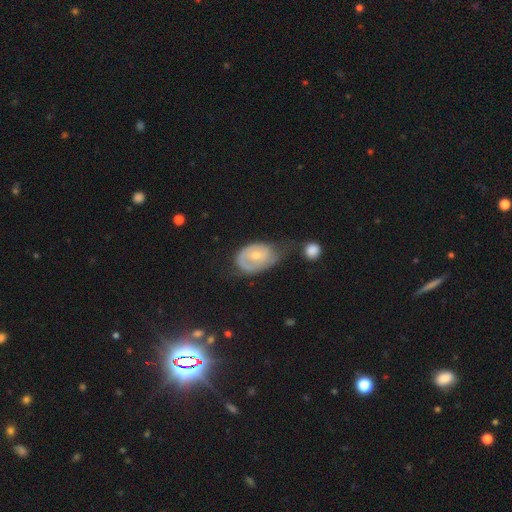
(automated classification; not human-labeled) Smooth or featured? featured or disk (55%)
Edge-on disk? no (95%)
Bar? no (75%)
Spiral arms? yes (62%)
Bulge size? small (51%)
Merging? minor disturbance (32%)